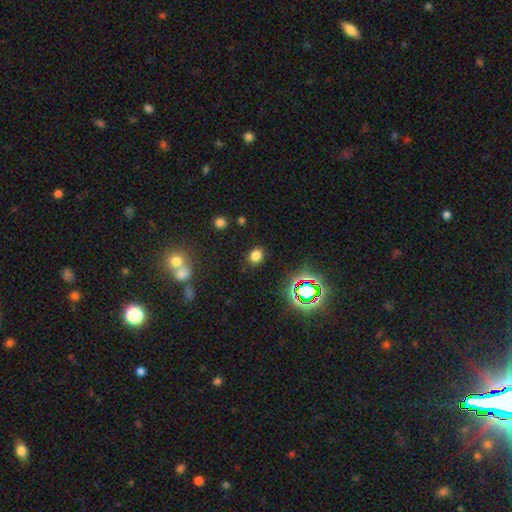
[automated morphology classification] smooth 75%, star or artifact 20%, featured or disk 6%. Down the decision tree: how rounded — round (60%); merging — none (86%).